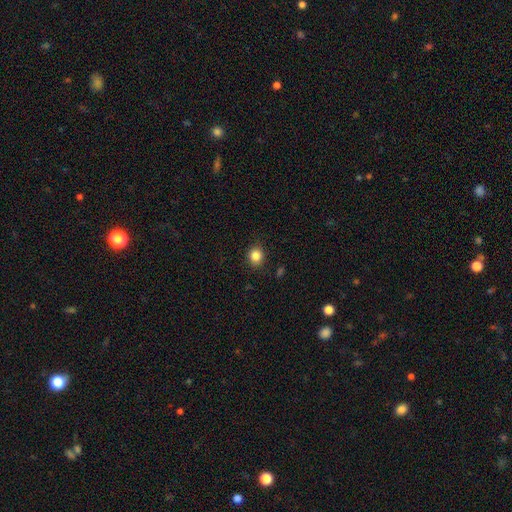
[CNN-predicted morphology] A smooth galaxy with no disk features (85%) that is round (75%).

Vote fractions:
- Smooth or featured? smooth: 85% / star or artifact: 11% / featured or disk: 5%
- How rounded? round: 75% / in between: 24% / cigar-shaped: 1%
- Merging? none: 88% / minor disturbance: 9% / major disturbance: 2% / merger: 1%